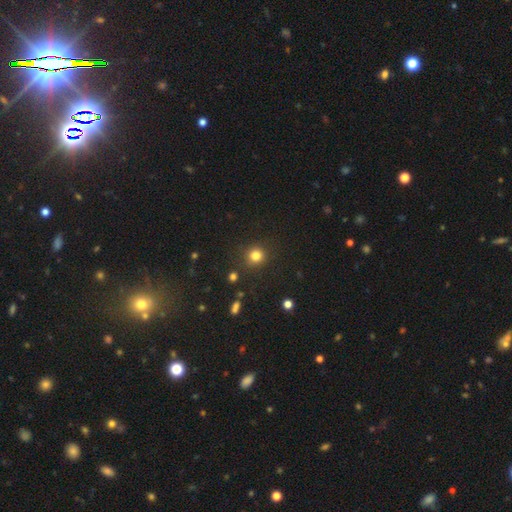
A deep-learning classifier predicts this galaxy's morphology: Overall: smooth (81%). How rounded: round (90%). Merging: none (88%).